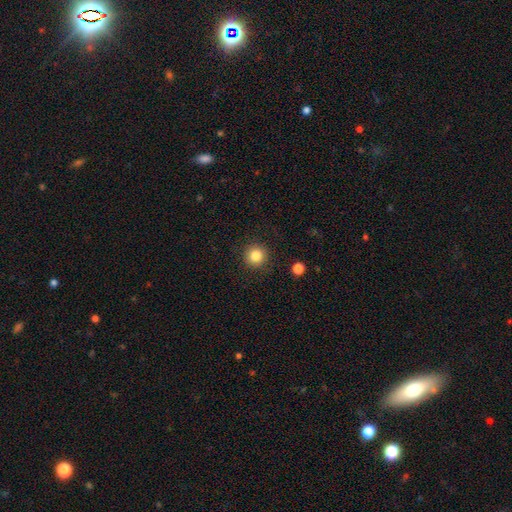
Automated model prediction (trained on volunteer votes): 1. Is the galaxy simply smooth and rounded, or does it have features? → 84% smooth, 11% star or artifact, 5% featured or disk.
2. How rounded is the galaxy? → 94% round, 5% in between, 1% cigar-shaped.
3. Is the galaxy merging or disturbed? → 90% none, 6% minor disturbance, 2% major disturbance, 1% merger.